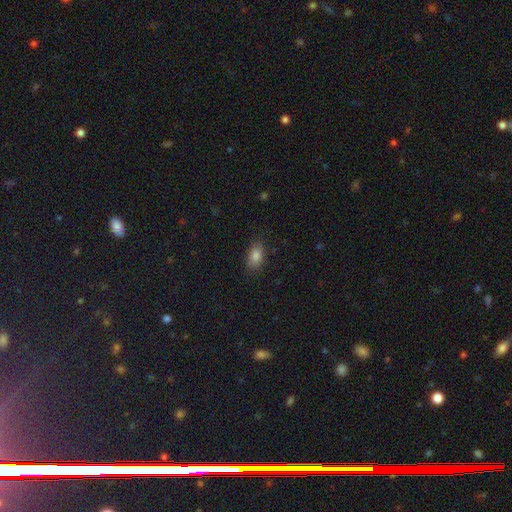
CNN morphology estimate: A smooth galaxy with no disk features (83%) that is in between round and cigar-shaped (87%).

Vote fractions:
- Smooth or featured? smooth: 83% / star or artifact: 10% / featured or disk: 7%
- How rounded? in between: 87% / round: 8% / cigar-shaped: 5%
- Merging? none: 84% / minor disturbance: 12% / major disturbance: 3% / merger: 1%